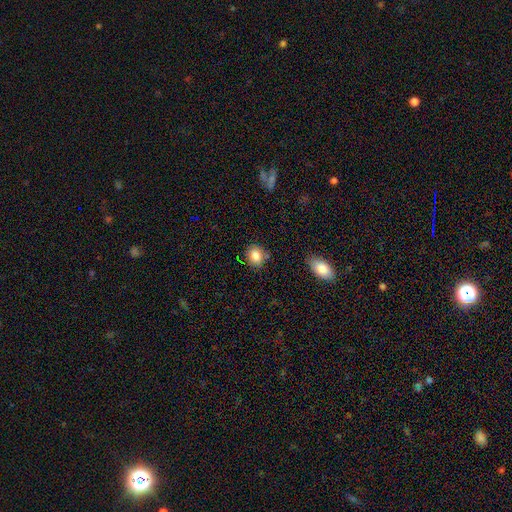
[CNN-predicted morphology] The model was most divided on "how rounded": round: 56%, in between: 43%, cigar-shaped: 1%. More confident: smooth or featured — smooth (84%); merging — none (78%).